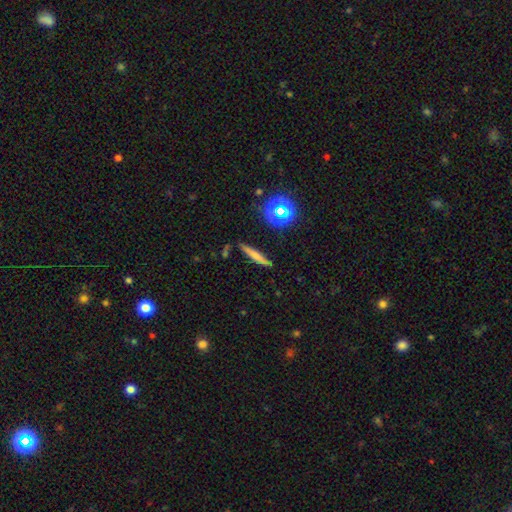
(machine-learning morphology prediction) Smooth or featured? smooth (56%)
How rounded? cigar-shaped (88%)
Merging? none (84%)